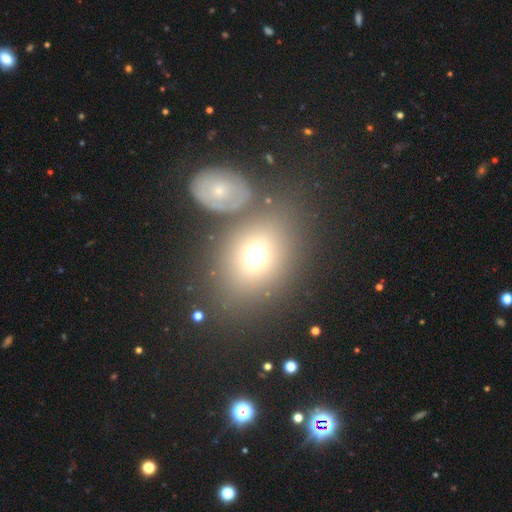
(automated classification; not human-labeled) Smooth or featured: smooth — 68% (featured or disk — 18%)
How rounded: in between — 55% (round — 44%)
Merging: none — 61% (merger — 20%)